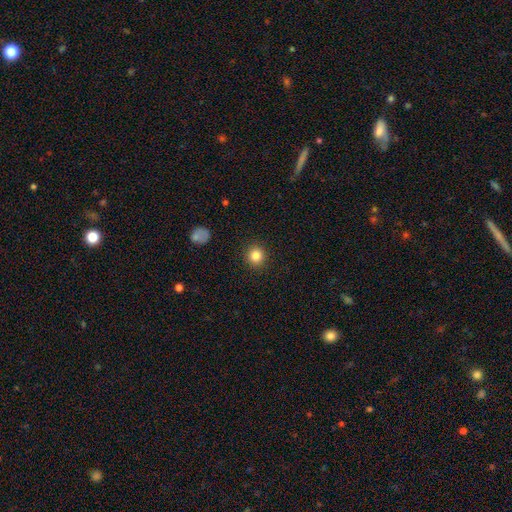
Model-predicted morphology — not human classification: smooth-or-featured: smooth: 84% | star or artifact: 11% | featured or disk: 5%
  how-rounded: round: 91% | in between: 8% | cigar-shaped: 1%
  merging: none: 92% | minor disturbance: 5% | major disturbance: 2% | merger: 1%